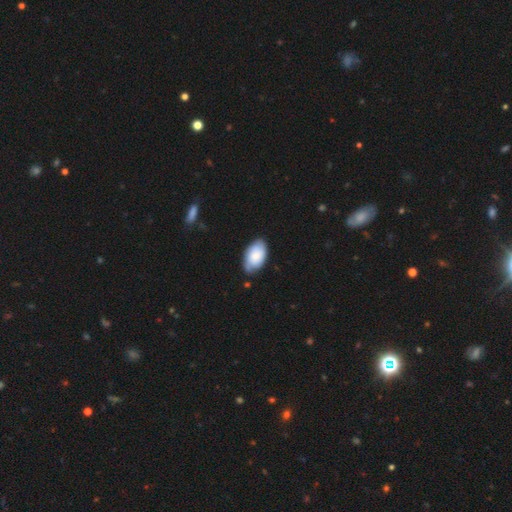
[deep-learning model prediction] Smooth or featured: smooth — 68% (featured or disk — 26%)
How rounded: in between — 94% (round — 5%)
Merging: none — 70% (minor disturbance — 24%)